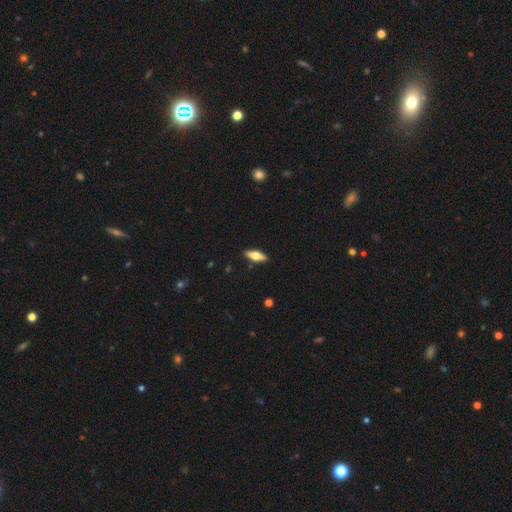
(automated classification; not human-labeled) Smooth or featured?
  - smooth: 61% *
  - featured or disk: 33%
  - star or artifact: 6%
How rounded?
  - in between: 63% *
  - cigar-shaped: 34%
  - round: 2%
Merging?
  - none: 88% *
  - minor disturbance: 9%
  - major disturbance: 2%
  - merger: 1%